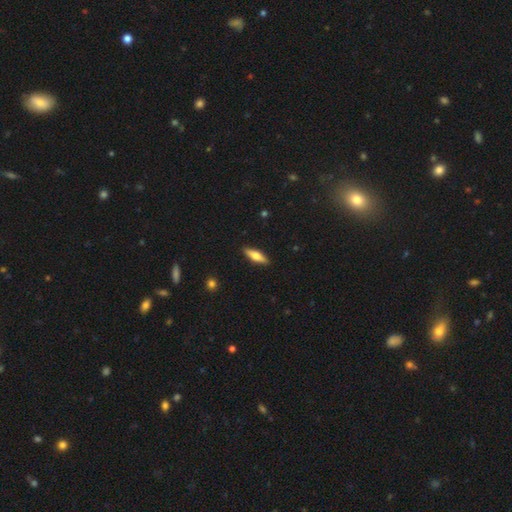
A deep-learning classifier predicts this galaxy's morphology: Smooth or featured: smooth — 62% (featured or disk — 32%)
How rounded: cigar-shaped — 54% (in between — 44%)
Merging: none — 90% (minor disturbance — 8%)